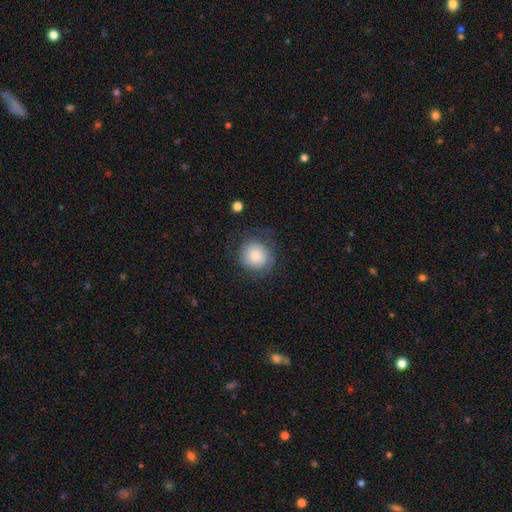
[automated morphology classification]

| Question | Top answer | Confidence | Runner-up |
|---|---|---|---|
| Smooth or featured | smooth | 70% | featured or disk (22%) |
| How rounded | round | 87% | in between (13%) |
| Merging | none | 68% | minor disturbance (19%) |